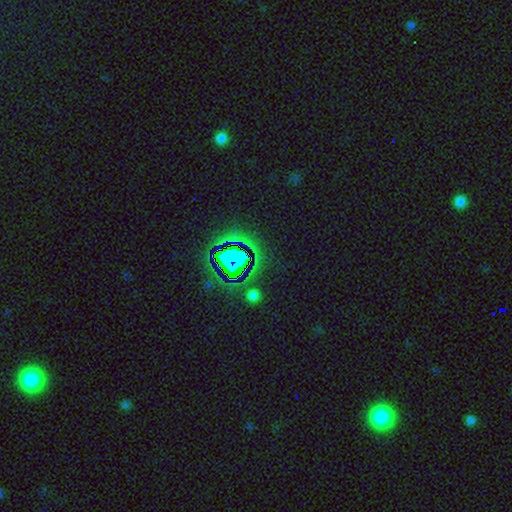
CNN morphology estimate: Smooth or featured?
  - star or artifact: 78% *
  - smooth: 13%
  - featured or disk: 9%